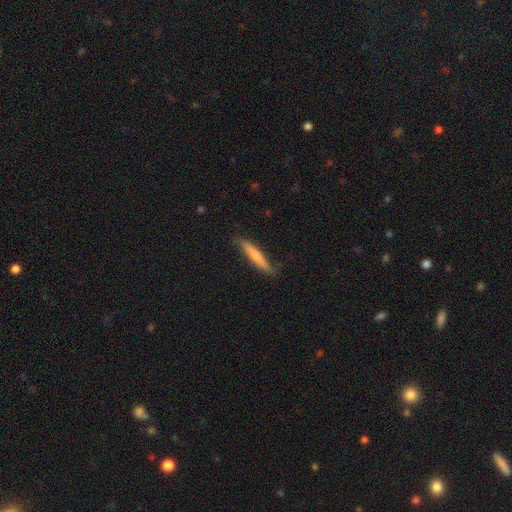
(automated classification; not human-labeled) This appears to be a smooth galaxy with no disk features (66%) that is cigar-shaped (93%). Merging: none (80%).